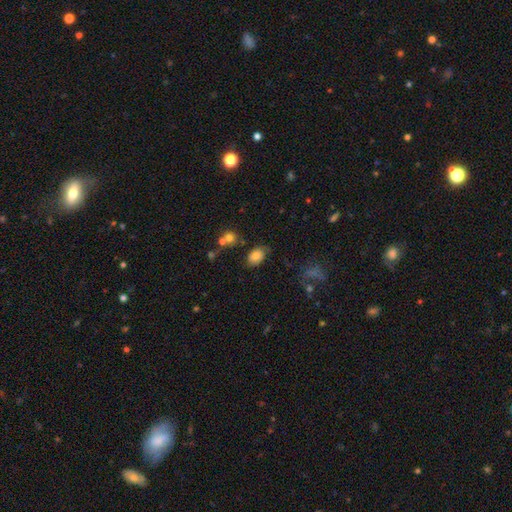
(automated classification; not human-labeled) smooth-or-featured: smooth: 76% | featured or disk: 15% | star or artifact: 10%
  how-rounded: in between: 84% | round: 15% | cigar-shaped: 1%
  merging: none: 68% | minor disturbance: 21% | major disturbance: 6% | merger: 5%